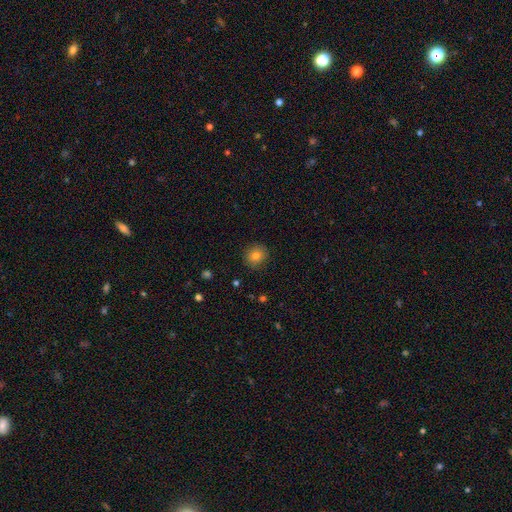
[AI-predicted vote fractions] Smooth or featured?
  - smooth: 80% *
  - star or artifact: 11%
  - featured or disk: 9%
How rounded?
  - round: 87% *
  - in between: 12%
  - cigar-shaped: 1%
Merging?
  - none: 89% *
  - minor disturbance: 8%
  - major disturbance: 2%
  - merger: 1%